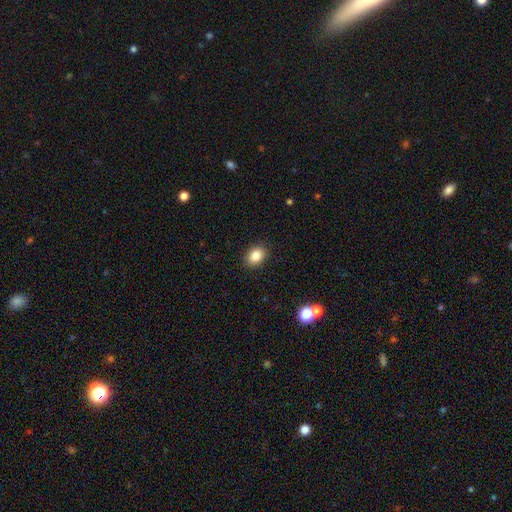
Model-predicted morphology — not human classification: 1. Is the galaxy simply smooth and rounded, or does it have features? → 85% smooth, 9% star or artifact, 5% featured or disk.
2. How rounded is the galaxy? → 68% in between, 31% round, 1% cigar-shaped.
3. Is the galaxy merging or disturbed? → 89% none, 7% minor disturbance, 2% major disturbance, 1% merger.